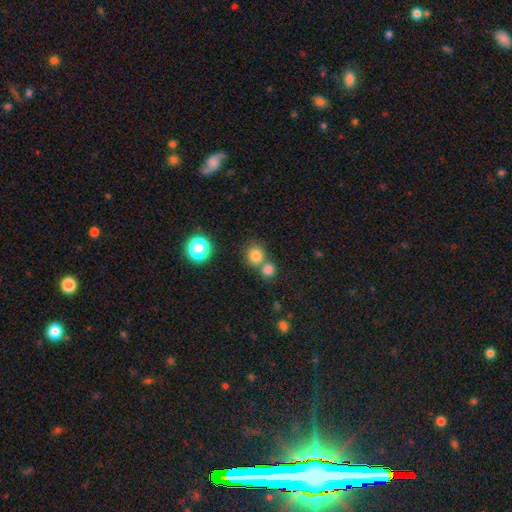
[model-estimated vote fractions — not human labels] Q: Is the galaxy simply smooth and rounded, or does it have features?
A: smooth — 78%.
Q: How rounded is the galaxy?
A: round — 79%.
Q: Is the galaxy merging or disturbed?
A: none — 54%.